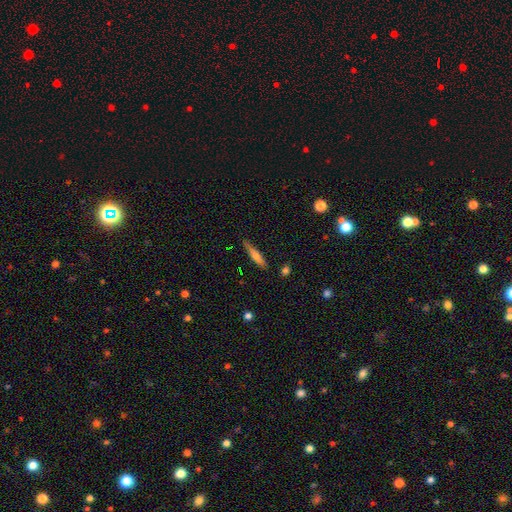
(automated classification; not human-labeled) The model was most divided on "smooth or featured": smooth: 62%, featured or disk: 32%, star or artifact: 6%. More confident: how rounded — cigar-shaped (89%); merging — none (82%).